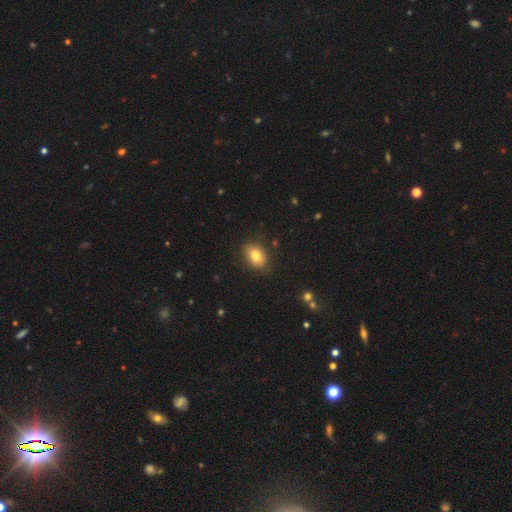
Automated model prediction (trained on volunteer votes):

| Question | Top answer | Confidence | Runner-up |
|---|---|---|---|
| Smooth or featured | smooth | 81% | featured or disk (10%) |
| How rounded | in between | 76% | round (23%) |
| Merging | none | 83% | minor disturbance (13%) |